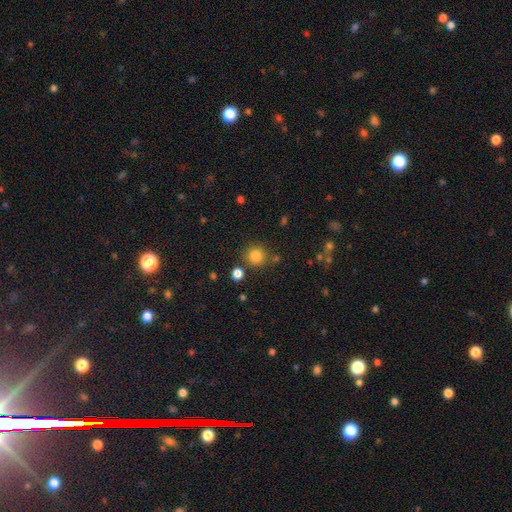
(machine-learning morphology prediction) Q: Smooth or featured?
A: smooth (83%); runner-up: star or artifact (12%)
Q: How rounded?
A: round (92%); runner-up: in between (7%)
Q: Merging?
A: none (82%); runner-up: minor disturbance (9%)